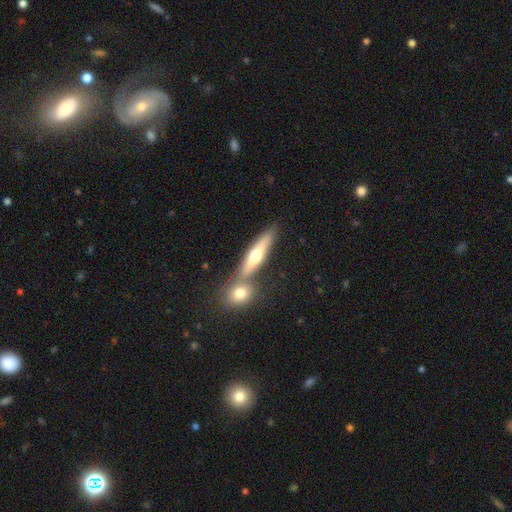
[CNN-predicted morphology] Overall: smooth (53%; featured or disk 40%). How rounded: cigar-shaped (73%). Merging: none (57%; merger 30%).